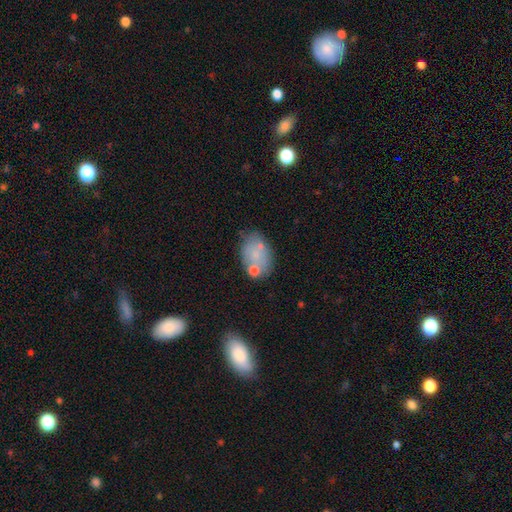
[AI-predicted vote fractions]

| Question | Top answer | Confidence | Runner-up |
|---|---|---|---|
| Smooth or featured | smooth | 63% | featured or disk (28%) |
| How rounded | in between | 84% | round (15%) |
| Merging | none | 54% | minor disturbance (22%) |